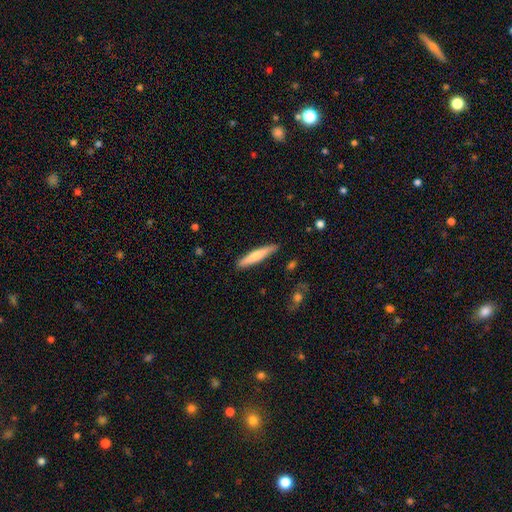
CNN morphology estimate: Overall: smooth (64%; featured or disk 31%). How rounded: cigar-shaped (91%). Merging: none (89%).